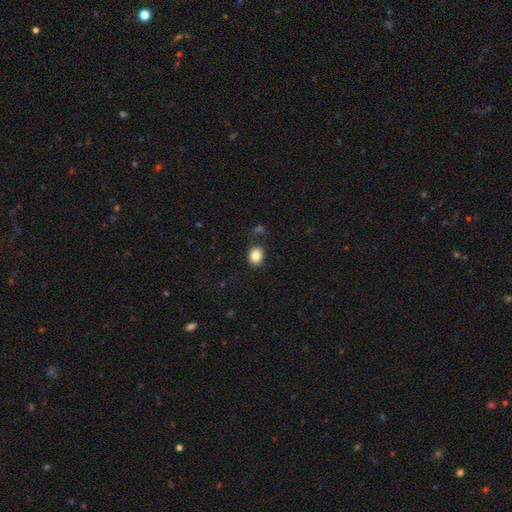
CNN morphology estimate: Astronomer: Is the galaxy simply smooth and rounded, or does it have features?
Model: smooth — 84%.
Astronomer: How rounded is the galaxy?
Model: round — 58% (runner-up: in between, 41%).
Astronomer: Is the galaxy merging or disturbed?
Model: none — 82%.